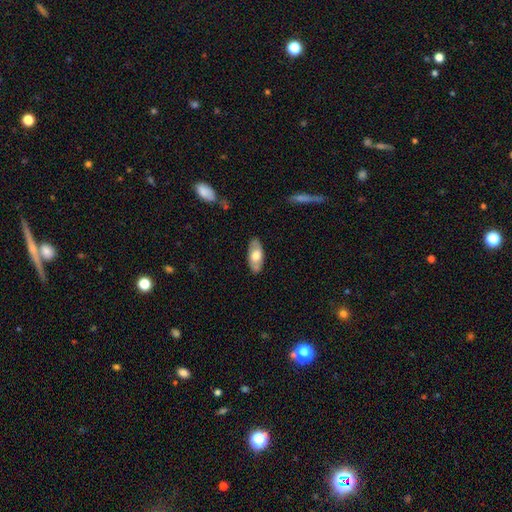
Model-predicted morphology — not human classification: type=smooth (63%); roundness=in between (89%); merging=none (85%).